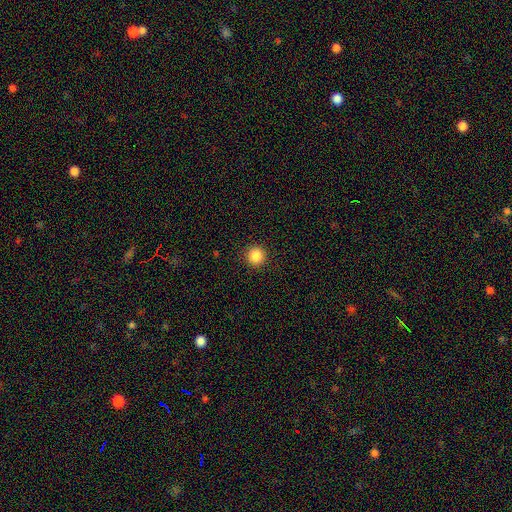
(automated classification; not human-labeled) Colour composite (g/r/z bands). It shows a smooth galaxy with no disk features (86%) that is round (95%). Merging: none (92%).